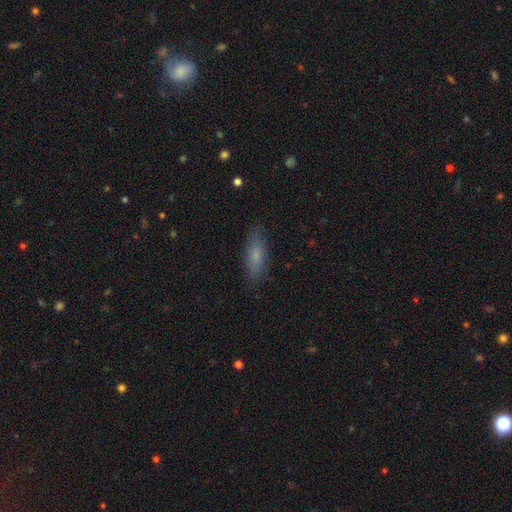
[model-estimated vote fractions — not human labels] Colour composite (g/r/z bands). It shows a smooth galaxy with no disk features (72%) that is in between round and cigar-shaped (52%). Merging: none (83%).